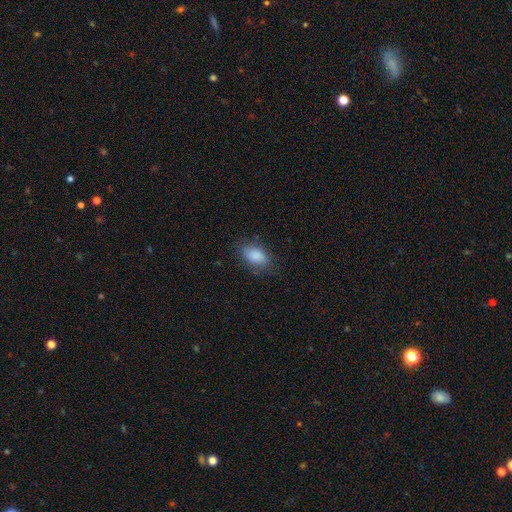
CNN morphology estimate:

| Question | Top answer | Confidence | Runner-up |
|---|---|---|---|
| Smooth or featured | smooth | 86% | star or artifact (7%) |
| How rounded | in between | 90% | round (8%) |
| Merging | none | 76% | minor disturbance (18%) |